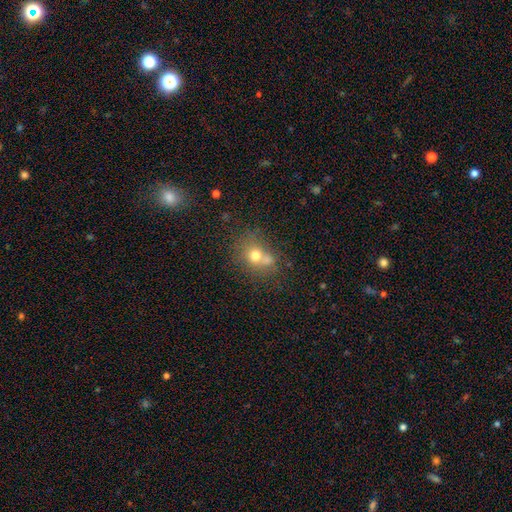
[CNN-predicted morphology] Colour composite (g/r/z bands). It shows a smooth galaxy with no disk features (67%) that is round (67%). Merging: merger (48%).